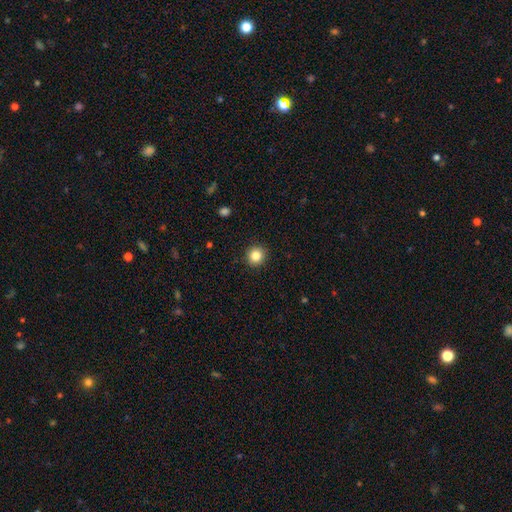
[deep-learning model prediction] Overall: smooth (85%). How rounded: round (93%). Merging: none (92%).